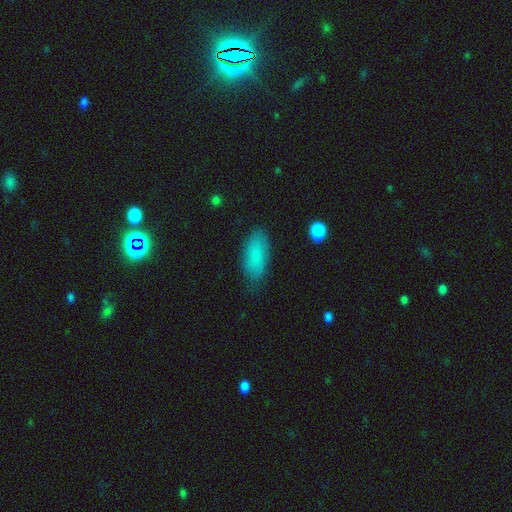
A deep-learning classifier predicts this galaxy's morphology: This is clearly a smooth galaxy (83%). How rounded: clearly in between (85%). Merging: likely none (79%).